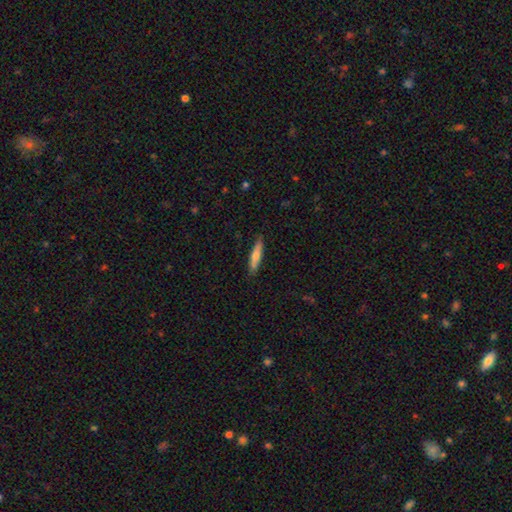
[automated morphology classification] smooth_or_featured: smooth (p=0.62) [alt: featured or disk p=0.32]
how_rounded: cigar-shaped (p=0.85) [alt: in between p=0.13]
merging: none (p=0.88) [alt: minor disturbance p=0.09]